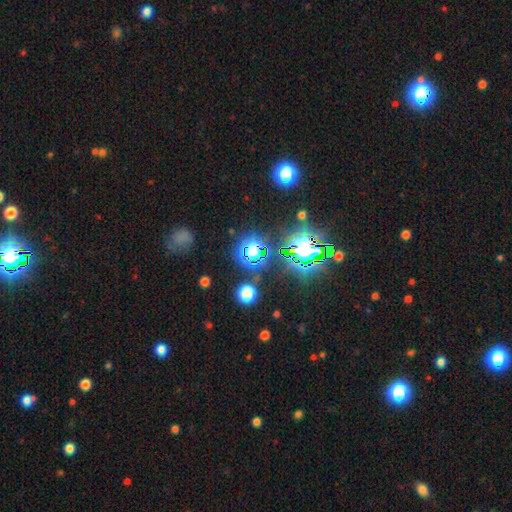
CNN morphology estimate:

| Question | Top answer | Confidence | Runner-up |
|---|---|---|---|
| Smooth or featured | star or artifact | 77% | smooth (15%) |